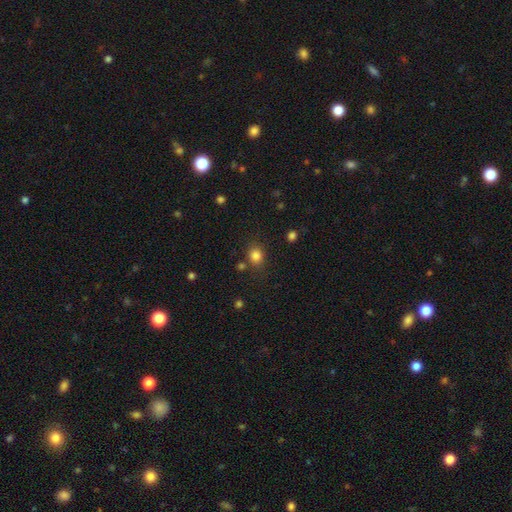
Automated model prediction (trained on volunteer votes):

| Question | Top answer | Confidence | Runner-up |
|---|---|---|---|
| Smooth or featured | smooth | 83% | star or artifact (12%) |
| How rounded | round | 62% | in between (37%) |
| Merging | none | 76% | minor disturbance (13%) |